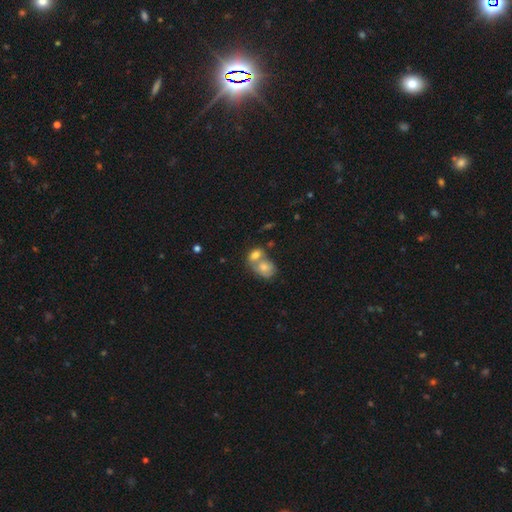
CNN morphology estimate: smooth-or-featured: smooth: 70% | featured or disk: 20% | star or artifact: 10%
  how-rounded: in between: 65% | round: 33% | cigar-shaped: 2%
  merging: merger: 67% | none: 22% | minor disturbance: 7% | major disturbance: 3%